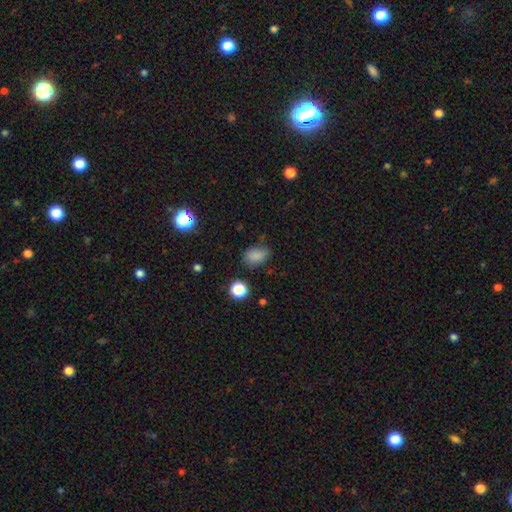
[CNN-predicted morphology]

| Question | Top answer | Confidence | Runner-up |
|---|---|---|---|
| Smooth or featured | smooth | 81% | star or artifact (14%) |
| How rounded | in between | 78% | round (21%) |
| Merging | none | 69% | minor disturbance (22%) |